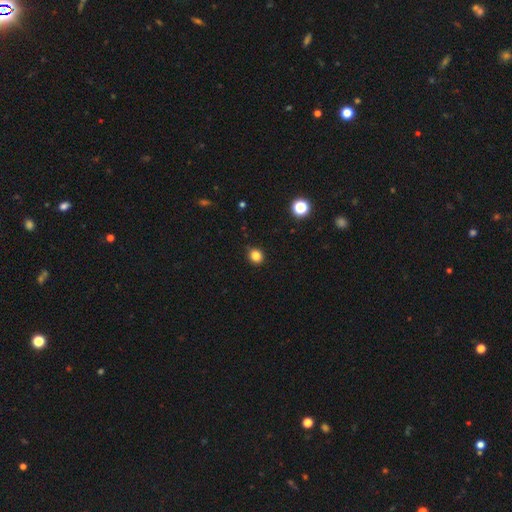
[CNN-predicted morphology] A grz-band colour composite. It shows a smooth galaxy with no disk features (83%) that is round (80%). Merging: none (87%).